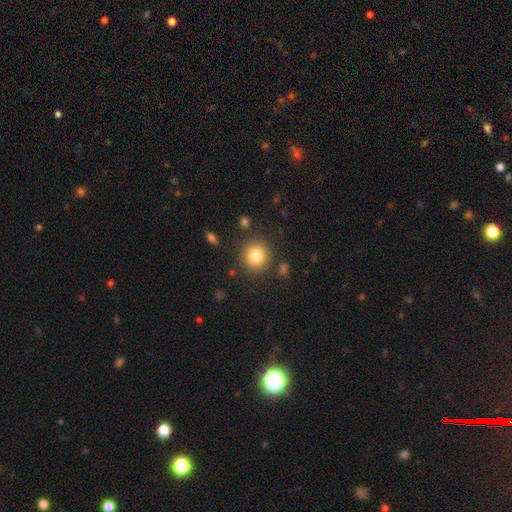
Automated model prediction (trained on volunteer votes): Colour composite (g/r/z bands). It shows a smooth galaxy with no disk features (82%) that is round (91%). Merging: none (86%).